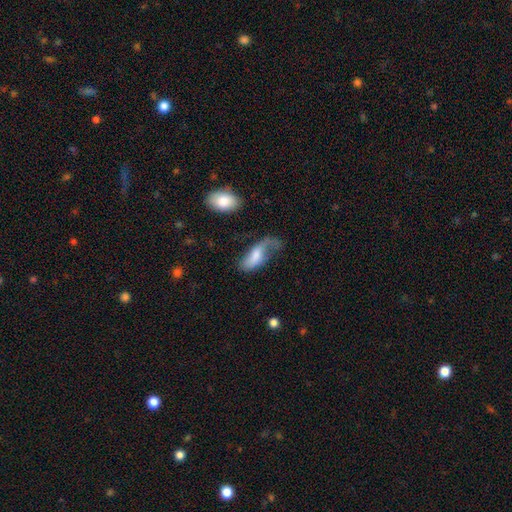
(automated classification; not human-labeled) Smooth or featured? Predicted: smooth (p=0.57). How rounded? Predicted: in between (p=0.81). Merging? Predicted: major disturbance (p=0.41).